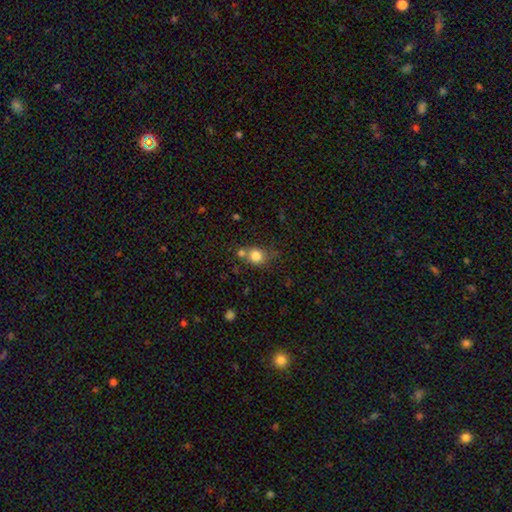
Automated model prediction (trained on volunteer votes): Smooth or featured?
  - smooth: 81% *
  - star or artifact: 11%
  - featured or disk: 8%
How rounded?
  - round: 76% *
  - in between: 23%
  - cigar-shaped: 1%
Merging?
  - none: 56% *
  - merger: 25%
  - minor disturbance: 14%
  - major disturbance: 5%